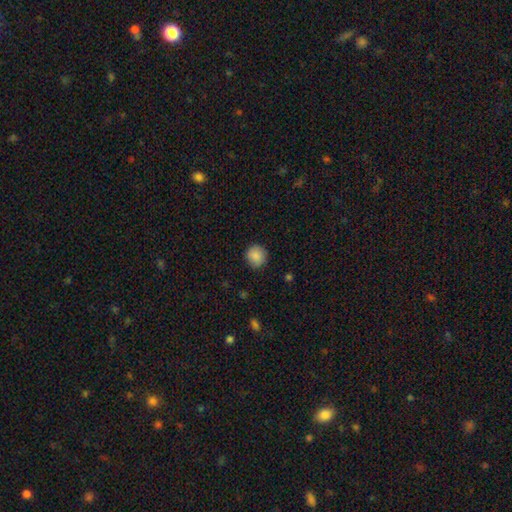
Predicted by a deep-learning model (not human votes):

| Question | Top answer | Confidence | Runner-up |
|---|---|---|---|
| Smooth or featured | smooth | 87% | star or artifact (8%) |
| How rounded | round | 92% | in between (7%) |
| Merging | none | 87% | minor disturbance (10%) |